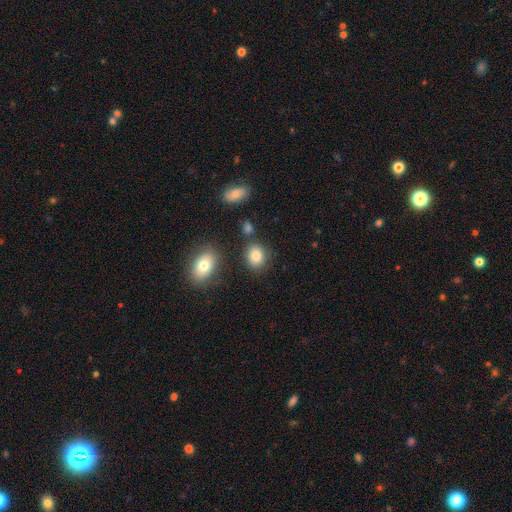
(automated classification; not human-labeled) Smooth or featured: smooth — 84% (star or artifact — 9%)
How rounded: round — 55% (in between — 44%)
Merging: none — 79% (minor disturbance — 11%)